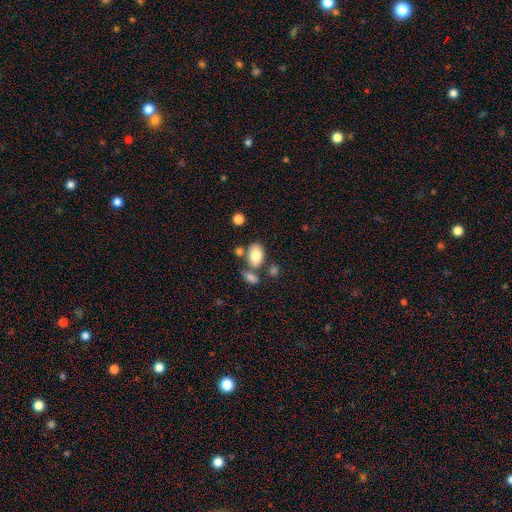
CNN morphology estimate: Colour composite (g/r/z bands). It shows a smooth galaxy with no disk features (80%) that is in between round and cigar-shaped (86%). Merging: none (61%).